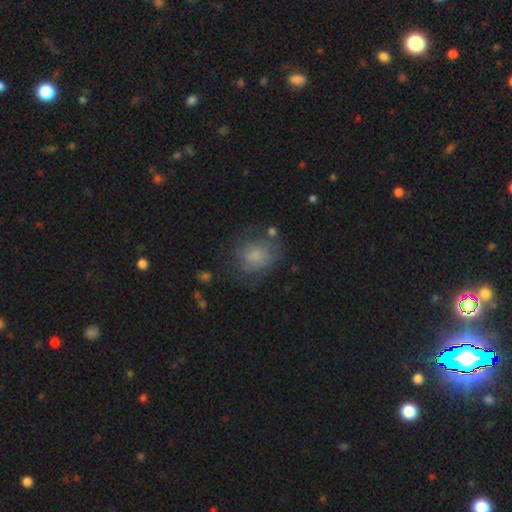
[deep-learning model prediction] Overall: smooth (59%; featured or disk 31%). How rounded: round (69%; in between 30%). Merging: none (56%; minor disturbance 24%).